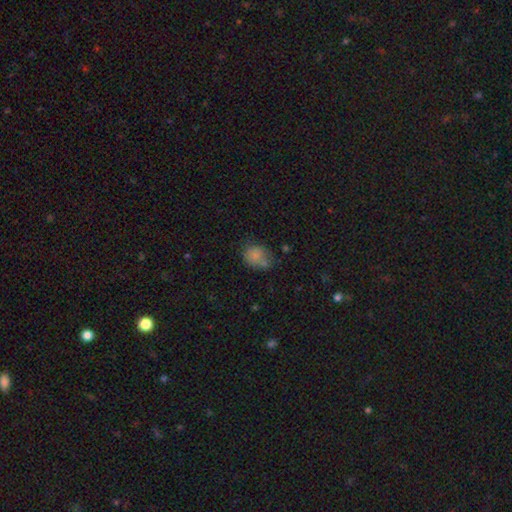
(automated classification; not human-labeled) smooth 78%, star or artifact 11%, featured or disk 11%. Down the decision tree: how rounded — round (52%); merging — none (47%).